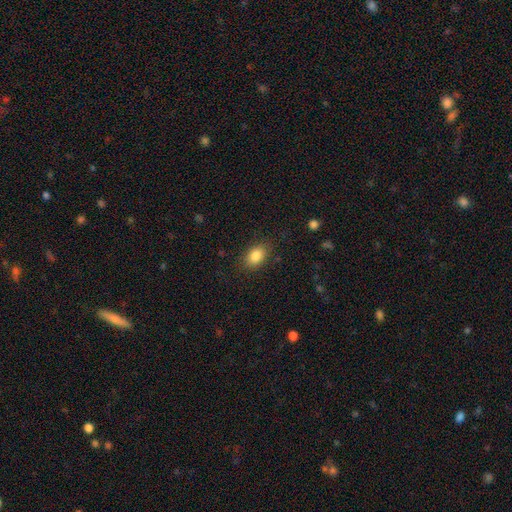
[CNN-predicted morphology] smooth-or-featured: smooth: 85% | star or artifact: 8% | featured or disk: 6%
  how-rounded: in between: 85% | round: 13% | cigar-shaped: 2%
  merging: none: 84% | minor disturbance: 11% | major disturbance: 3% | merger: 1%